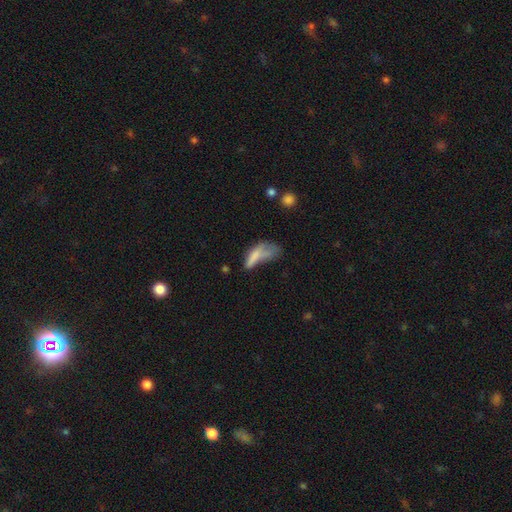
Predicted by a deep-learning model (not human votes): This appears to be a smooth galaxy with no disk features (65%) that is in between round and cigar-shaped (63%). Merging: major disturbance (43%).